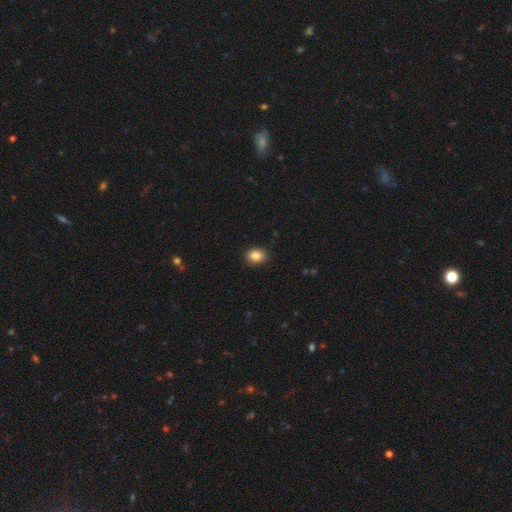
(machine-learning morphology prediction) The model was most divided on "how rounded": in between: 52%, round: 47%, cigar-shaped: 1%. More confident: merging — none (90%); smooth or featured — smooth (85%).